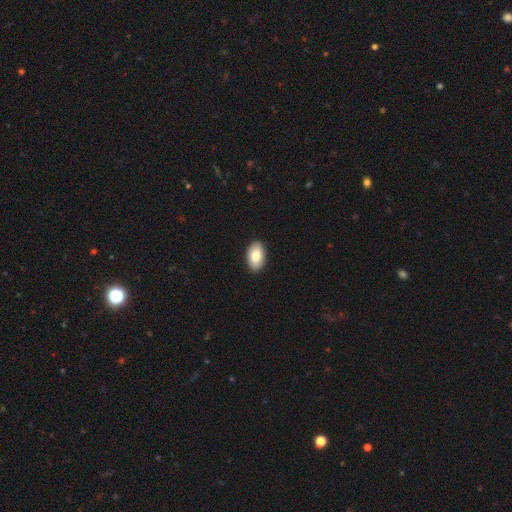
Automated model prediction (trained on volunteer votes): Smooth or featured? smooth (81%)
How rounded? in between (93%)
Merging? none (91%)